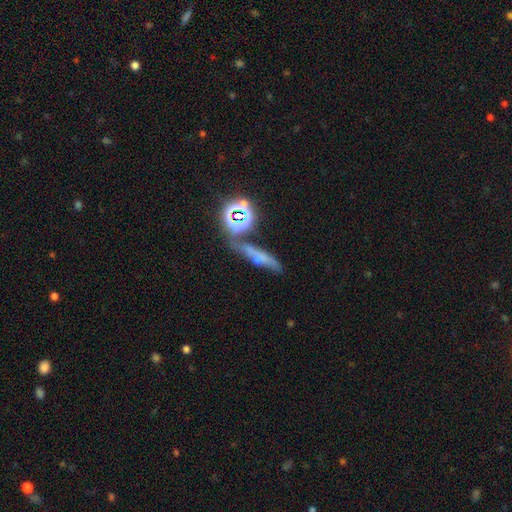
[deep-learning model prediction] smooth_or_featured: smooth (p=0.36) [alt: star or artifact p=0.34]
merging: none (p=0.49) [alt: merger p=0.20]